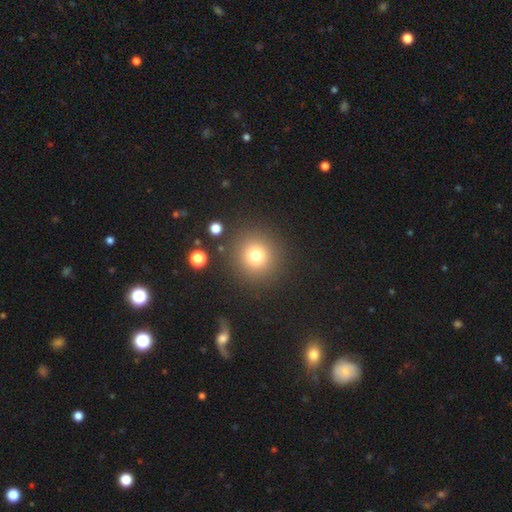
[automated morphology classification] type=smooth (76%); roundness=round (93%); merging=none (88%).